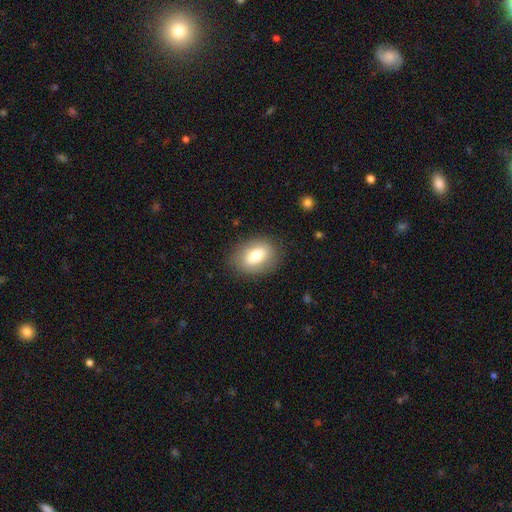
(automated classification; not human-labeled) Overall: smooth (74%). How rounded: in between (79%). Merging: none (83%).